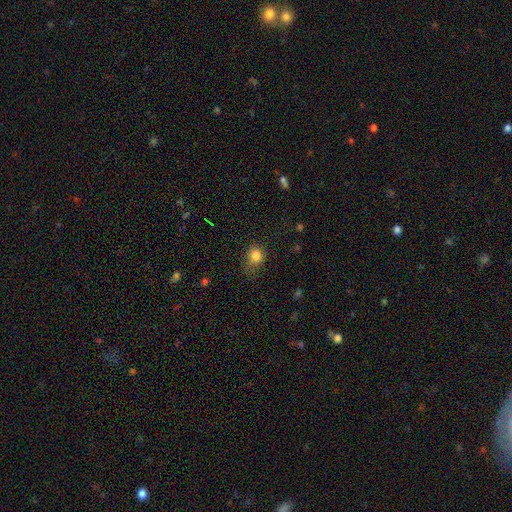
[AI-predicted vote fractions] Smooth or featured? smooth (83%)
How rounded? round (61%)
Merging? none (61%)